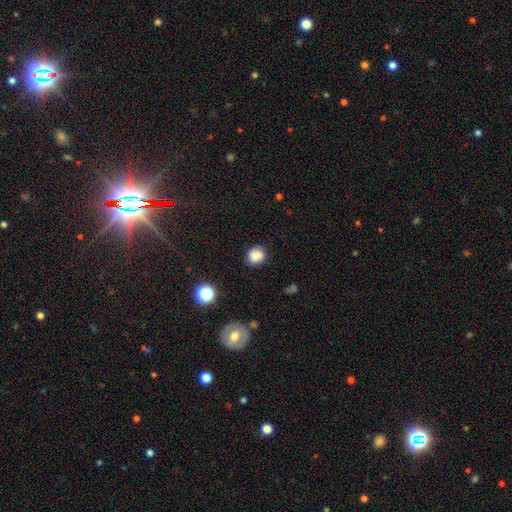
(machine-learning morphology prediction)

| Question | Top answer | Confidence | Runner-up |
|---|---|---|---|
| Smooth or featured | smooth | 82% | star or artifact (11%) |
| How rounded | round | 77% | in between (22%) |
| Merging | none | 78% | minor disturbance (16%) |